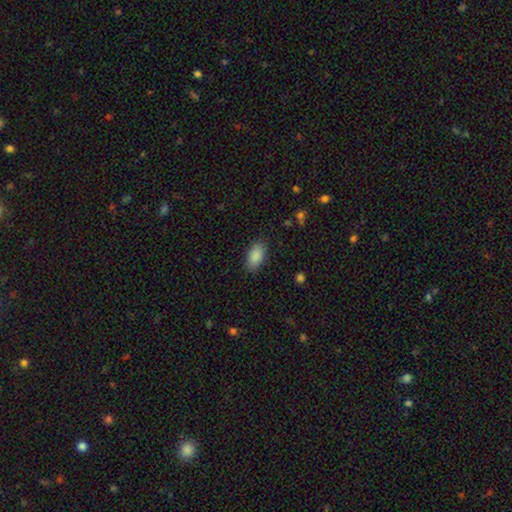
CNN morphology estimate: smooth-or-featured: smooth: 89% | star or artifact: 7% | featured or disk: 4%
  how-rounded: in between: 93% | round: 4% | cigar-shaped: 3%
  merging: none: 87% | minor disturbance: 10% | major disturbance: 3% | merger: 1%